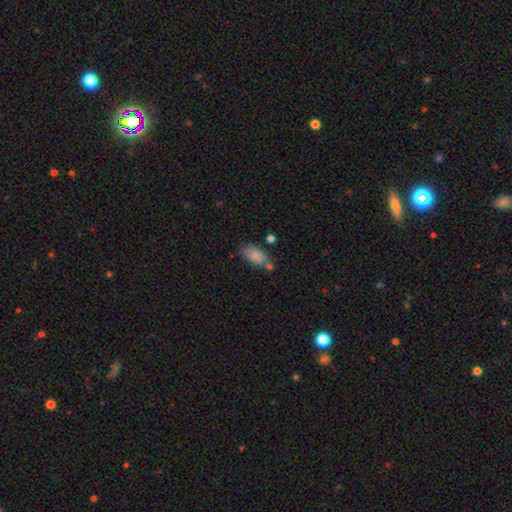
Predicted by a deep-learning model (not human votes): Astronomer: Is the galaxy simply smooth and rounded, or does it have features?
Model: smooth — 83%.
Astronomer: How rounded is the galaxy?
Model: in between — 91%.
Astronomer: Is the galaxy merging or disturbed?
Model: none — 58%.